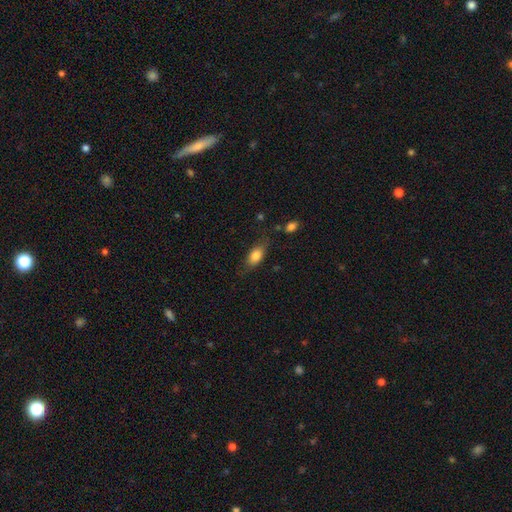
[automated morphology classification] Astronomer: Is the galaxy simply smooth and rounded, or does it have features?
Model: smooth — 80%.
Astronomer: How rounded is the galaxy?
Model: in between — 83%.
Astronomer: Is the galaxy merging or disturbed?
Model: none — 70%.